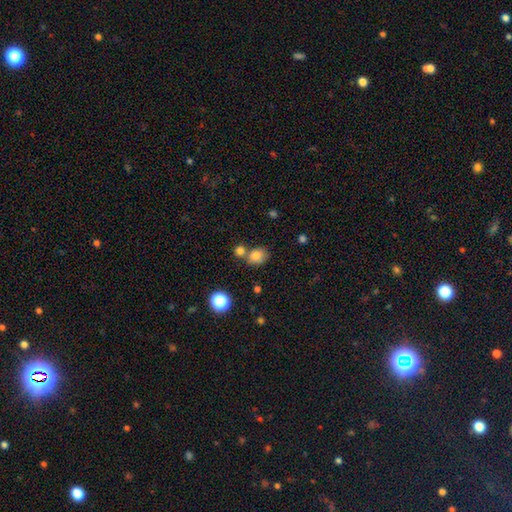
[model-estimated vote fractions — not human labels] smooth-or-featured: smooth: 79% | star or artifact: 13% | featured or disk: 8%
  how-rounded: round: 64% | in between: 35% | cigar-shaped: 1%
  merging: none: 52% | merger: 33% | minor disturbance: 11% | major disturbance: 4%